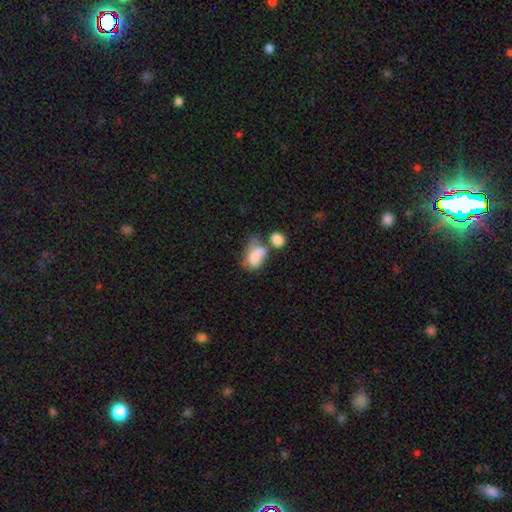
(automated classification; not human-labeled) Smooth or featured? Predicted: smooth (p=0.72). How rounded? Predicted: in between (p=0.85). Merging? Predicted: merger (p=0.47).